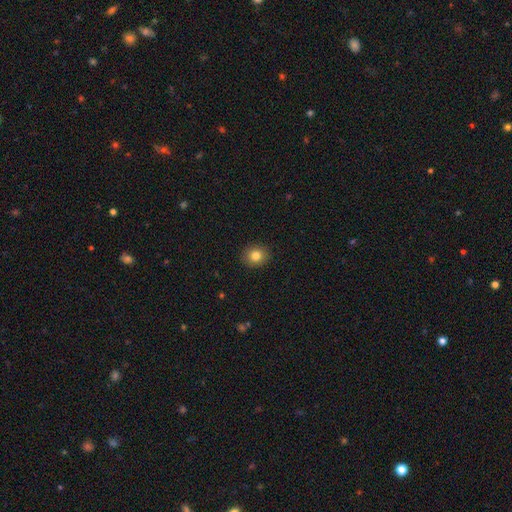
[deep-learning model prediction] A smooth galaxy with no disk features (81%) that is round (74%). Merging: none (91%).